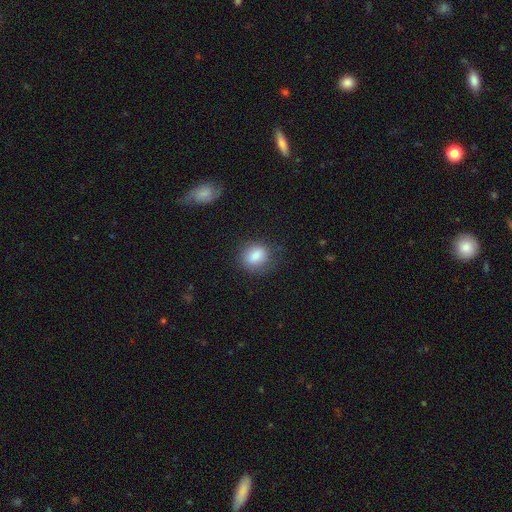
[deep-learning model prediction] The model was most divided on "how rounded": round: 52%, in between: 46%, cigar-shaped: 2%. More confident: smooth or featured — smooth (82%); merging — none (72%).